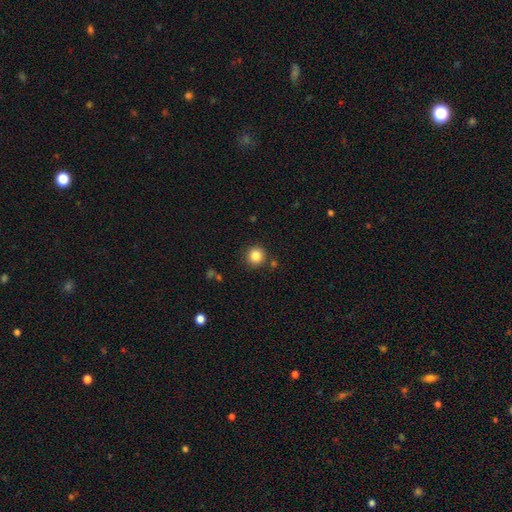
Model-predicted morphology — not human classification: Q: Smooth or featured?
A: smooth (85%); runner-up: star or artifact (10%)
Q: How rounded?
A: round (94%); runner-up: in between (5%)
Q: Merging?
A: none (87%); runner-up: minor disturbance (7%)